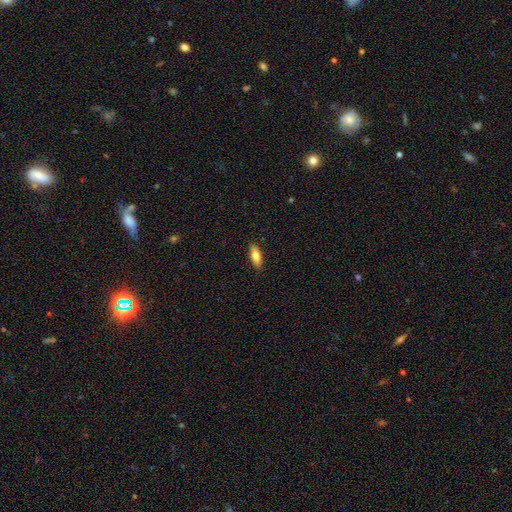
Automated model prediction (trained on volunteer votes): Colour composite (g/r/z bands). It shows a smooth galaxy with no disk features (77%) that is in between round and cigar-shaped (70%). Merging: none (89%).